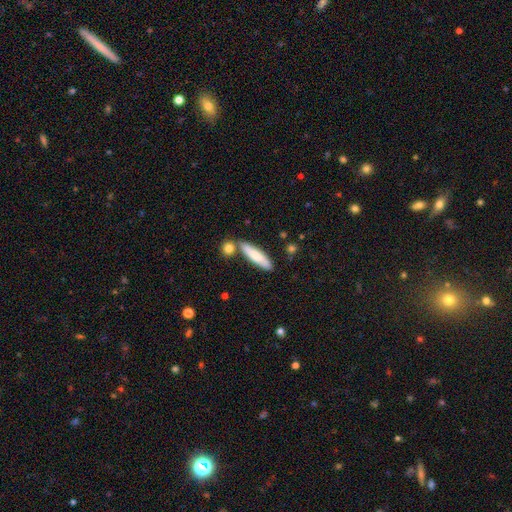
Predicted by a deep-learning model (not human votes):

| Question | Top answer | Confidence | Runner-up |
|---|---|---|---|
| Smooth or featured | smooth | 72% | featured or disk (22%) |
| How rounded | cigar-shaped | 73% | in between (25%) |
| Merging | none | 71% | merger (13%) |